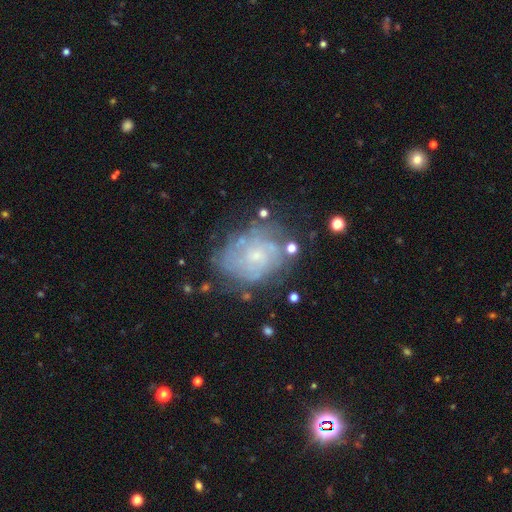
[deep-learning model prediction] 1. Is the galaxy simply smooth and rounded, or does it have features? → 74% featured or disk, 17% smooth, 9% star or artifact.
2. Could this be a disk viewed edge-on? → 97% no, 3% yes.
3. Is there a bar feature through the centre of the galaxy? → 77% no, 20% weak, 3% strong.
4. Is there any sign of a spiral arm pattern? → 83% yes, 17% no.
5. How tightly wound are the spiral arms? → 65% tight, 26% medium, 9% loose.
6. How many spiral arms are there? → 55% can't tell, 12% 2, 11% 3, 10% 4, 6% more than 4, 5% 1.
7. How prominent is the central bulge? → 74% small, 17% moderate, 6% none, 1% large, 1% dominant.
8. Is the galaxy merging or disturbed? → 64% none, 21% minor disturbance, 11% major disturbance, 4% merger.